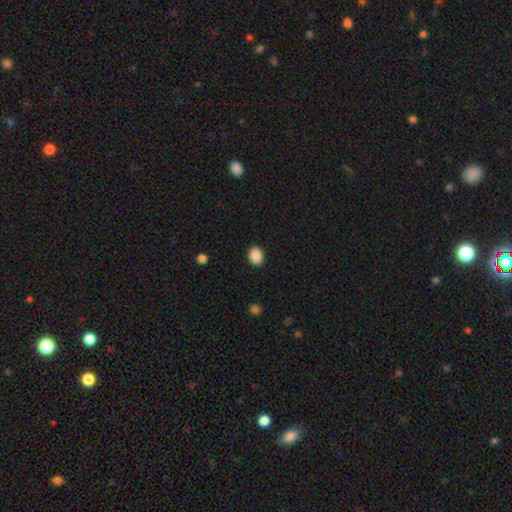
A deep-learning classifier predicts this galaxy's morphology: A smooth galaxy with no disk features (90%) that is in between round and cigar-shaped (62%).

Vote fractions:
- Smooth or featured? smooth: 90% / star or artifact: 8% / featured or disk: 2%
- How rounded? in between: 62% / round: 37% / cigar-shaped: 1%
- Merging? none: 90% / minor disturbance: 7% / major disturbance: 2% / merger: 1%